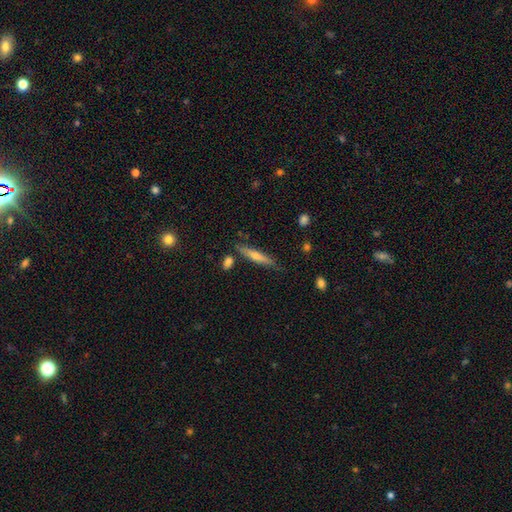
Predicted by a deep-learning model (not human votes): A smooth galaxy with no disk features (48%).

Vote fractions:
- Smooth or featured? smooth: 48% / featured or disk: 45% / star or artifact: 7%
- Merging? none: 81% / minor disturbance: 13% / merger: 4% / major disturbance: 2%